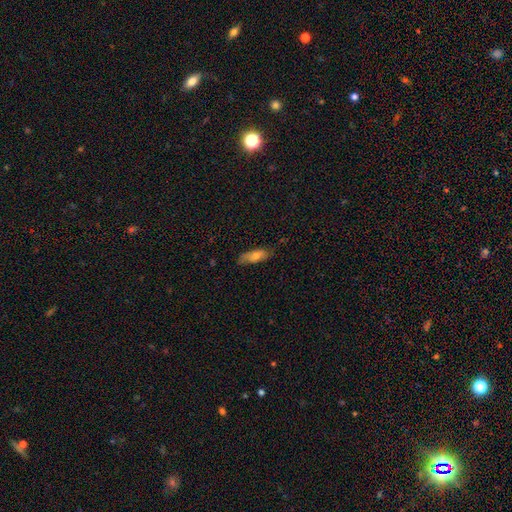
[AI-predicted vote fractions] smooth-or-featured: smooth: 64% | featured or disk: 28% | star or artifact: 8%
  how-rounded: in between: 54% | cigar-shaped: 44% | round: 2%
  merging: none: 74% | minor disturbance: 20% | major disturbance: 4% | merger: 1%